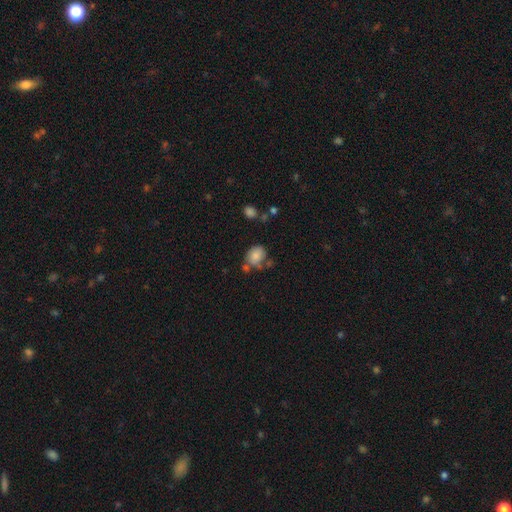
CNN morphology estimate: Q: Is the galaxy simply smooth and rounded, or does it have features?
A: smooth — 80%.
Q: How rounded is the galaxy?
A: in between — 55%.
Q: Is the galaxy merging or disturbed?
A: none — 50%.